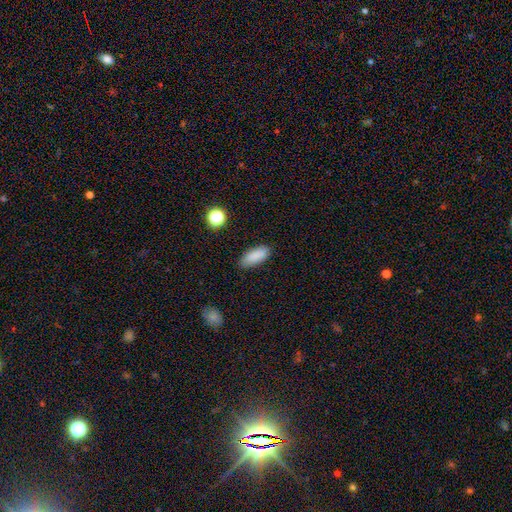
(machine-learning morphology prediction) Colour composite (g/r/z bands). It shows a smooth galaxy with no disk features (87%) that is in between round and cigar-shaped (78%). Merging: none (86%).